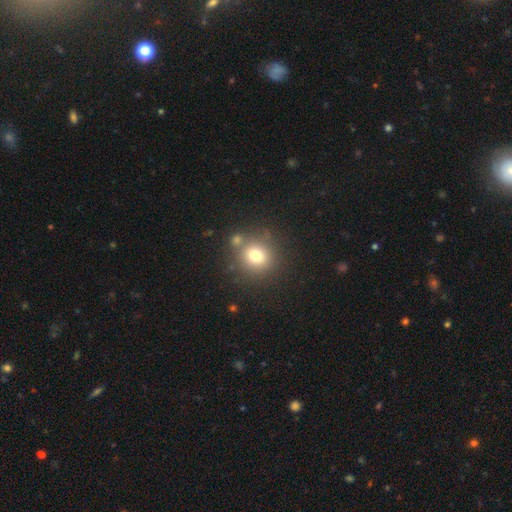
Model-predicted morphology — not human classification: Smooth or featured? Predicted: smooth (p=0.75). How rounded? Predicted: round (p=0.85). Merging? Predicted: none (p=0.71).